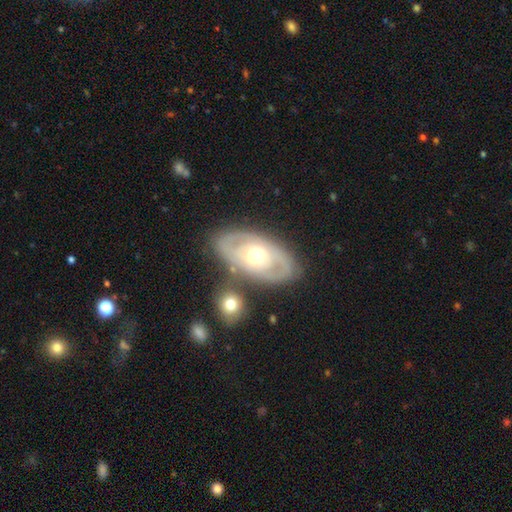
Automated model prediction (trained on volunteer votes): This is likely a featured or disk galaxy (72%). It is clearly not viewed edge-on (91%). Bar: likely no (76%). Spiral arm pattern: possibly yes (58%). Central bulge: likely moderate (74%). Merging: likely none (75%).